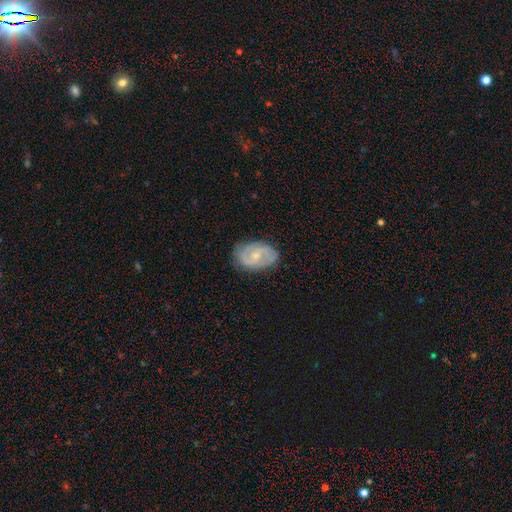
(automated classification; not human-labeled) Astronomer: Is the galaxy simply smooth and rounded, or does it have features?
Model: featured or disk — 67%.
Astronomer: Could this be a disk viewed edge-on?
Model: no — 97%.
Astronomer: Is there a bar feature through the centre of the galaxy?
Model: no — 49% (runner-up: weak, 44%).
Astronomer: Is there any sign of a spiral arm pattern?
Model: yes — 87%.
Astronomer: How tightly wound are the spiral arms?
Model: medium — 46% (runner-up: tight, 35%).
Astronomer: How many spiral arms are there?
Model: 2 — 74%.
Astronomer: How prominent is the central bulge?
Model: small — 57% (runner-up: moderate, 36%).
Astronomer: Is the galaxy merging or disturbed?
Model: none — 77%.